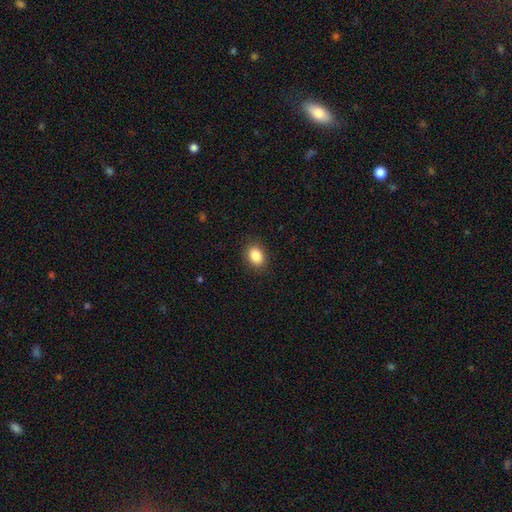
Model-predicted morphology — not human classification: type=smooth (86%); roundness=in between (65%); merging=none (88%).